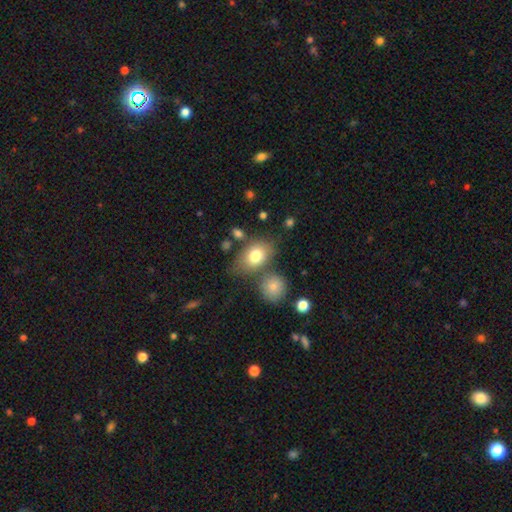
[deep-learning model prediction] Smooth or featured: smooth — 77% (featured or disk — 14%)
How rounded: in between — 73% (round — 26%)
Merging: none — 61% (merger — 16%)